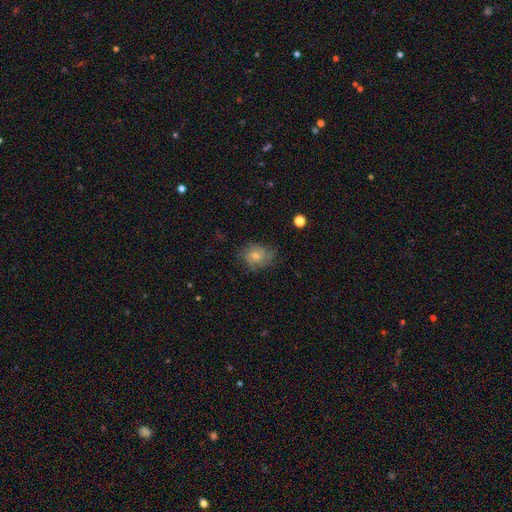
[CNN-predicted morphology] This appears to be a smooth galaxy with no disk features (51%) that is round (52%). Merging: none (71%).